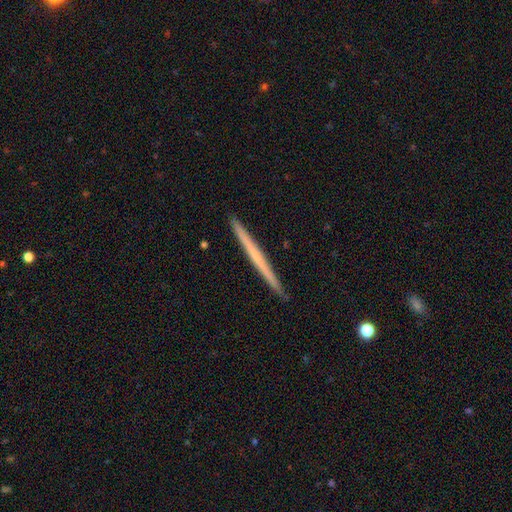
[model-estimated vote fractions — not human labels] smooth-or-featured: featured or disk: 50% | smooth: 45% | star or artifact: 5%
  merging: none: 93% | minor disturbance: 5% | major disturbance: 1% | merger: 1%